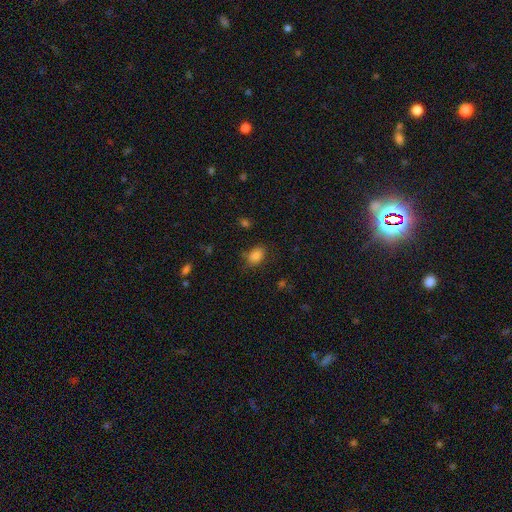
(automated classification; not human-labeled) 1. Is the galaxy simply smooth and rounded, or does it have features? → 85% smooth, 10% star or artifact, 5% featured or disk.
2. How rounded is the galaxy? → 83% in between, 16% round, 1% cigar-shaped.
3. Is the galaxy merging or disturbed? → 76% none, 17% minor disturbance, 5% major disturbance, 2% merger.